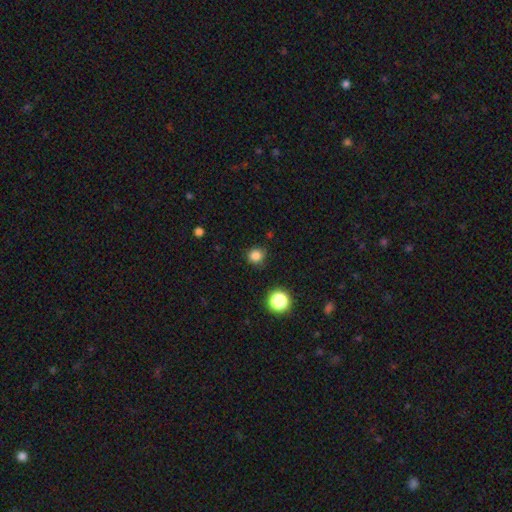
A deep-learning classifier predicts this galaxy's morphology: Smooth or featured? smooth (83%)
How rounded? round (90%)
Merging? none (86%)